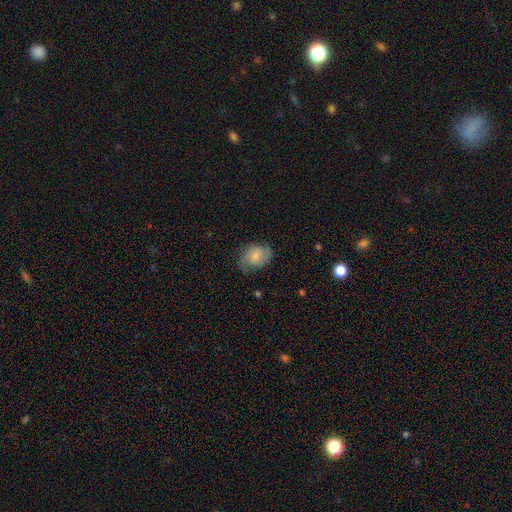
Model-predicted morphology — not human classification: smooth-or-featured: smooth: 62% | featured or disk: 31% | star or artifact: 8%
  how-rounded: in between: 72% | round: 27% | cigar-shaped: 1%
  merging: none: 66% | minor disturbance: 25% | major disturbance: 8% | merger: 1%